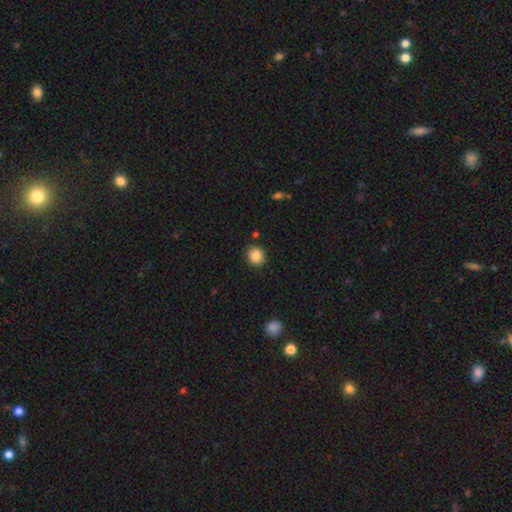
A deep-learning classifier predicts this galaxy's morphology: Overall: smooth (86%). How rounded: round (84%). Merging: none (89%).